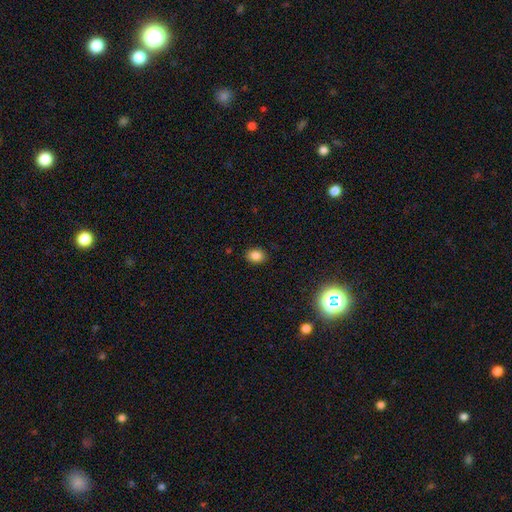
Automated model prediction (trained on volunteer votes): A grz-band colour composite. It shows a smooth galaxy with no disk features (84%) that is in between round and cigar-shaped (65%). Merging: none (88%).